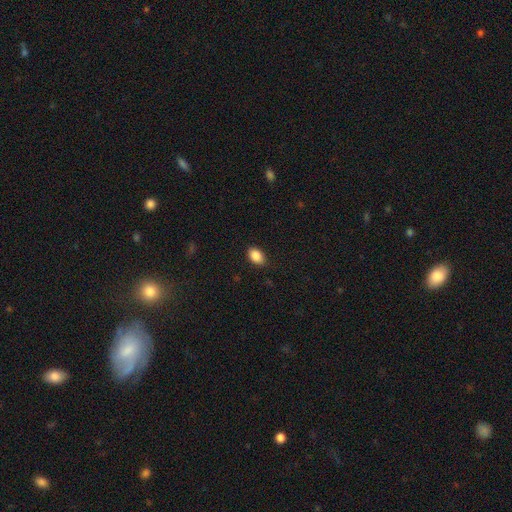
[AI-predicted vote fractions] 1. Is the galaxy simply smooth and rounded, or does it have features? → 88% smooth, 8% star or artifact, 4% featured or disk.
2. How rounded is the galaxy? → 86% in between, 13% round, 1% cigar-shaped.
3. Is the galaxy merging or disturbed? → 86% none, 10% minor disturbance, 2% major disturbance, 1% merger.